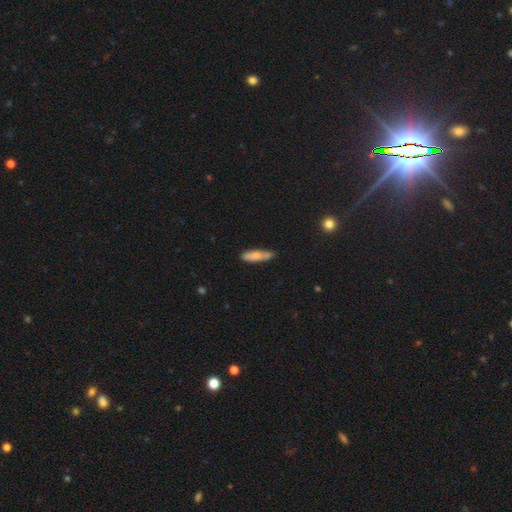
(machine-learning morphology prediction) Smooth or featured?
  - smooth: 70% *
  - featured or disk: 24%
  - star or artifact: 6%
How rounded?
  - cigar-shaped: 68% *
  - in between: 30%
  - round: 2%
Merging?
  - none: 76% *
  - minor disturbance: 19%
  - major disturbance: 3%
  - merger: 2%